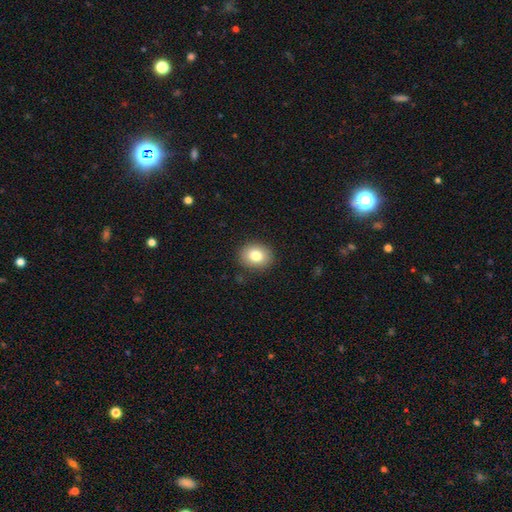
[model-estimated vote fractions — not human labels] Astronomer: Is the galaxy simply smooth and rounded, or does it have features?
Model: smooth — 81%.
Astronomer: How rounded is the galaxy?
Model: round — 63%.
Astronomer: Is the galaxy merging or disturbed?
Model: none — 89%.